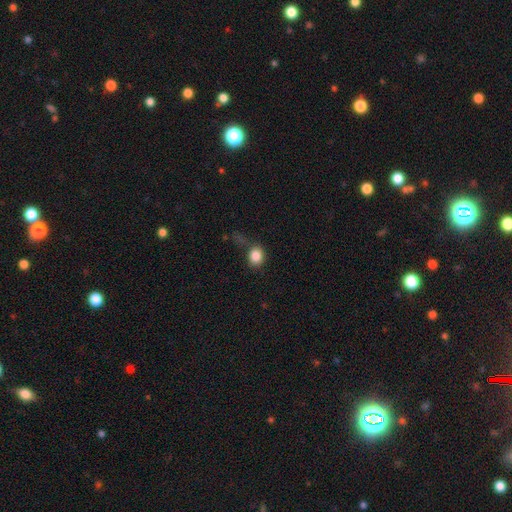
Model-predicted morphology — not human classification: smooth_or_featured: smooth (p=0.85) [alt: star or artifact p=0.10]
how_rounded: round (p=0.63) [alt: in between p=0.36]
merging: none (p=0.65) [alt: minor disturbance p=0.19]